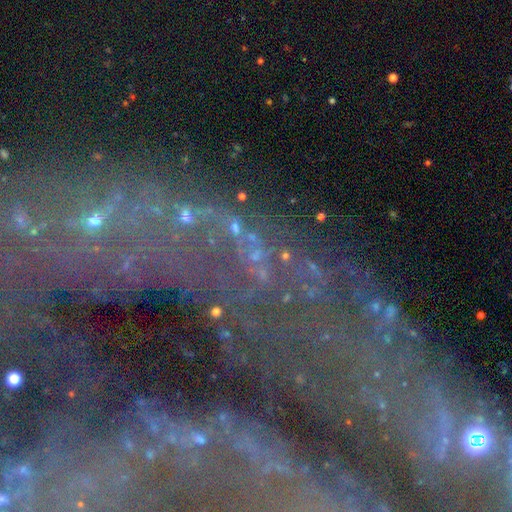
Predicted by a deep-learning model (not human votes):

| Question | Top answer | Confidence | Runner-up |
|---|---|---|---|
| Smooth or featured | star or artifact | 48% | featured or disk (34%) |